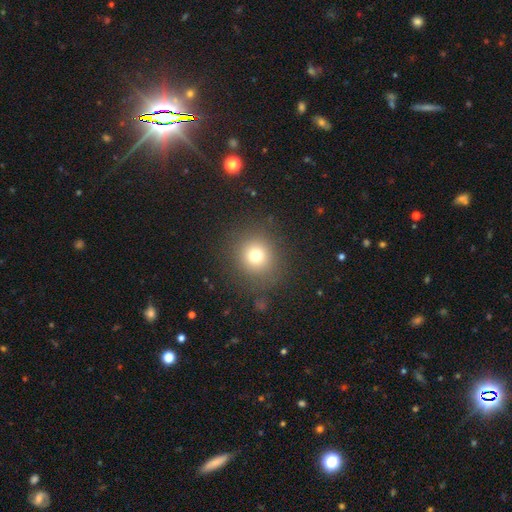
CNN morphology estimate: Smooth or featured? smooth (74%)
How rounded? round (91%)
Merging? none (86%)